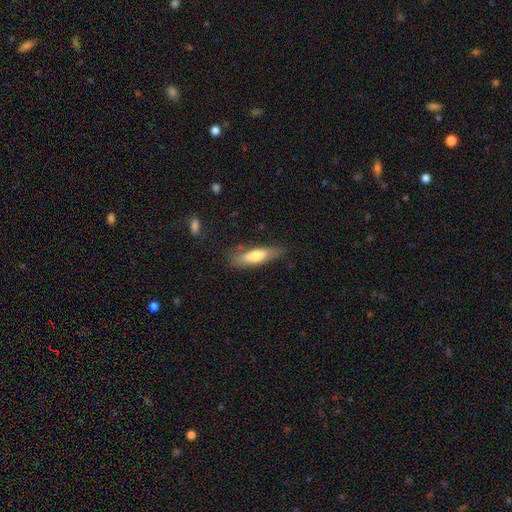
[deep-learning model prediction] smooth_or_featured: smooth (p=0.68) [alt: featured or disk p=0.26]
how_rounded: cigar-shaped (p=0.62) [alt: in between p=0.36]
merging: none (p=0.76) [alt: minor disturbance p=0.17]